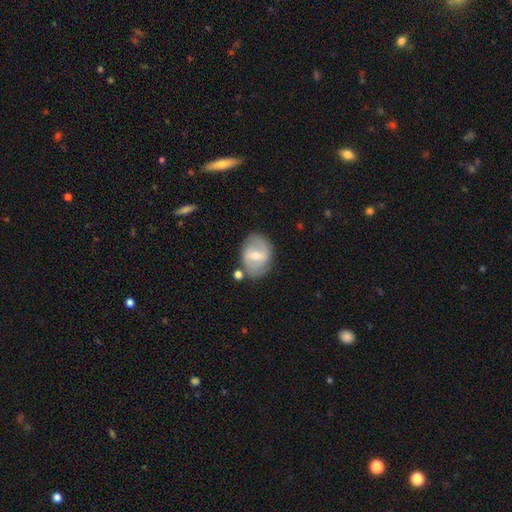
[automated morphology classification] A featured or disk galaxy (60%) with a weak bar (48%), spiral arms (62%) and a moderate central bulge (55%). Merging: none (71%).